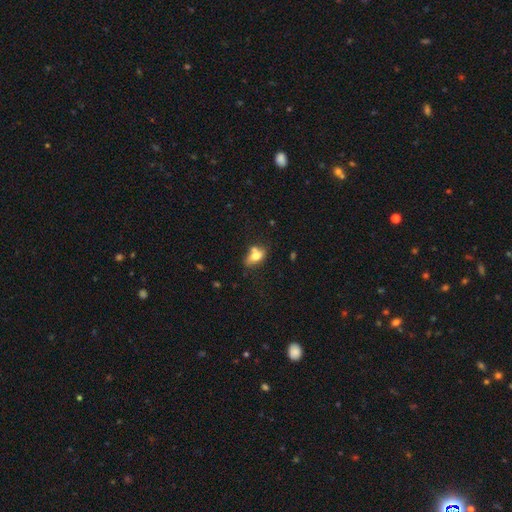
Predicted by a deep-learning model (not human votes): Smooth or featured? Predicted: smooth (p=0.66). How rounded? Predicted: in between (p=0.79). Merging? Predicted: none (p=0.43).